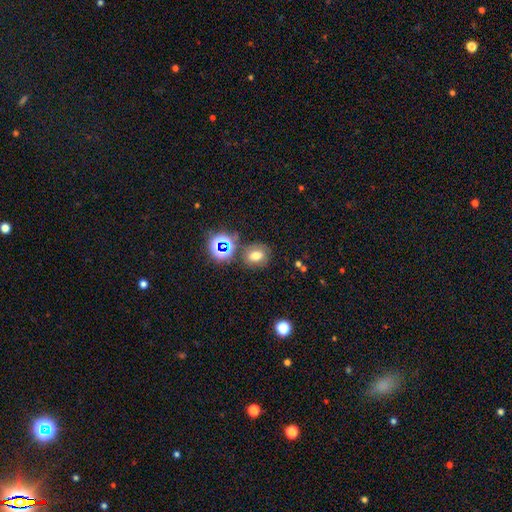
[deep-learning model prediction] Smooth or featured: smooth — 62% (star or artifact — 25%)
How rounded: round — 54% (in between — 44%)
Merging: none — 73% (minor disturbance — 14%)